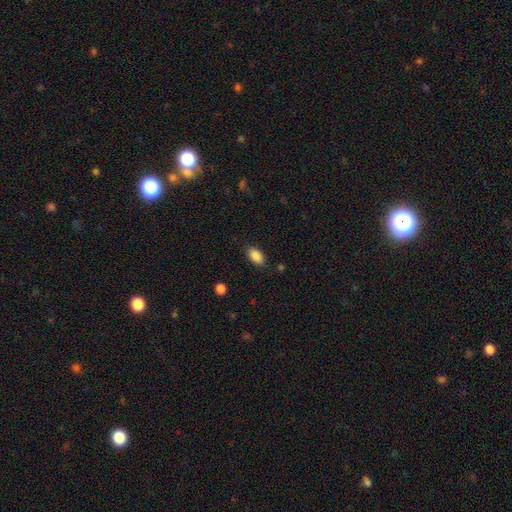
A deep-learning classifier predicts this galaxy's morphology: A smooth galaxy with no disk features (88%) that is in between round and cigar-shaped (93%). Merging: none (85%).